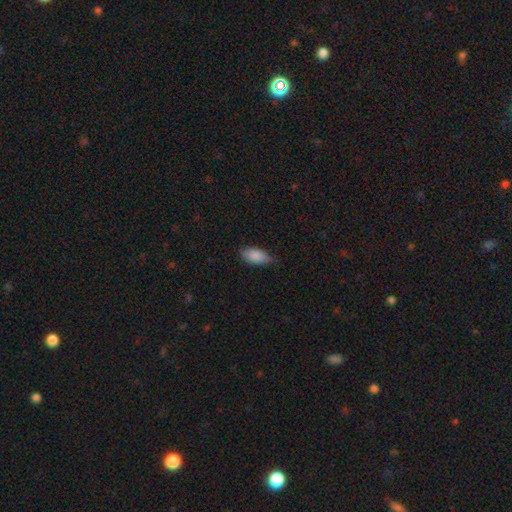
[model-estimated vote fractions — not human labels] Morphology: type=smooth (87%); roundness=in between (92%); merging=none (69%).